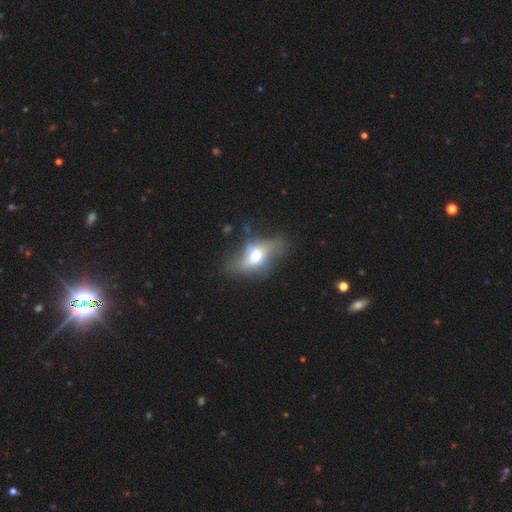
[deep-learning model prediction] A smooth galaxy with no disk features (47%).

Vote fractions:
- Smooth or featured? smooth: 47% / featured or disk: 43% / star or artifact: 10%
- Merging? none: 49% / minor disturbance: 27% / major disturbance: 21% / merger: 4%